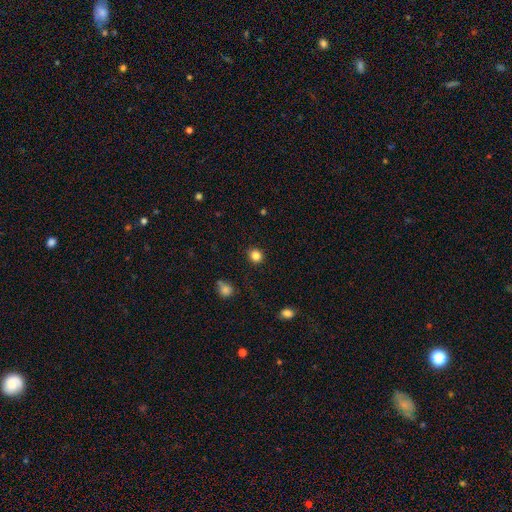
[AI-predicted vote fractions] smooth 84%, star or artifact 12%, featured or disk 5%. Down the decision tree: how rounded — round (84%); merging — none (89%).